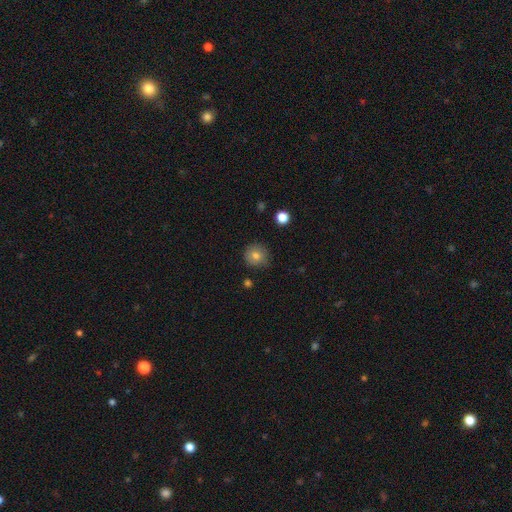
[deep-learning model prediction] smooth 79%, featured or disk 11%, star or artifact 11%. Down the decision tree: how rounded — round (93%); merging — none (86%).